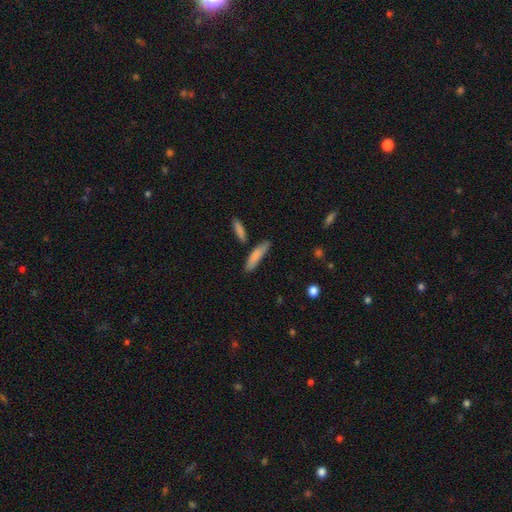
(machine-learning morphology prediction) smooth-or-featured: smooth: 80% | featured or disk: 13% | star or artifact: 6%
  how-rounded: cigar-shaped: 72% | in between: 26% | round: 2%
  merging: none: 71% | minor disturbance: 17% | merger: 8% | major disturbance: 4%